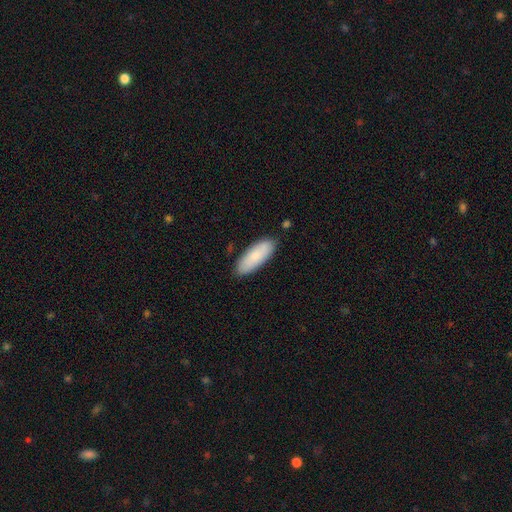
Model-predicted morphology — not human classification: smooth-or-featured: smooth: 83% | featured or disk: 11% | star or artifact: 6%
  how-rounded: in between: 69% | cigar-shaped: 30% | round: 2%
  merging: none: 85% | minor disturbance: 11% | major disturbance: 2% | merger: 2%